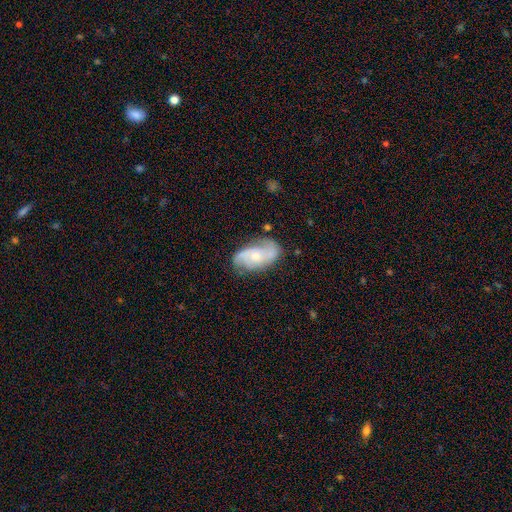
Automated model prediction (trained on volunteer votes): Morphology: type=featured or disk (73%); edge-on=no (96%); bar=no (65%); spiral arms=yes (93%); winding=medium (45%); arm count=2 (75%); bulge=small (50%); merging=none (68%).